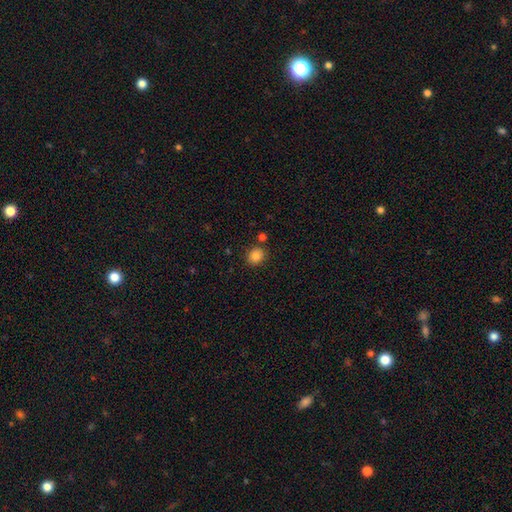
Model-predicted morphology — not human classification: Smooth or featured? smooth (86%)
How rounded? round (66%)
Merging? none (81%)